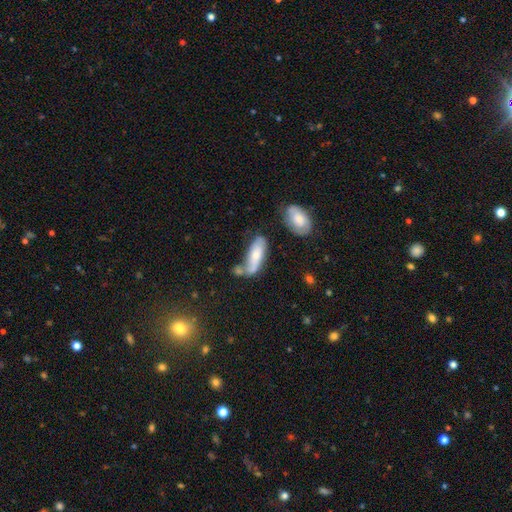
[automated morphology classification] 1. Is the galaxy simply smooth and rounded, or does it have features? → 62% smooth, 31% featured or disk, 7% star or artifact.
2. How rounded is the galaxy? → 65% in between, 32% cigar-shaped, 2% round.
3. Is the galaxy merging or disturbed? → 35% none, 30% merger, 23% minor disturbance, 12% major disturbance.